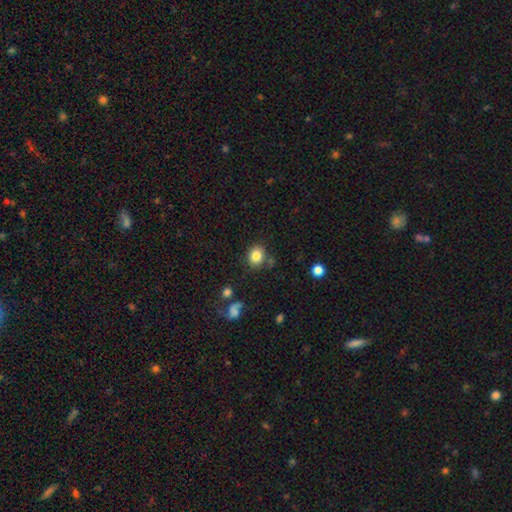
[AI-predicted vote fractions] Morphology: type=smooth (83%); roundness=round (64%); merging=none (77%).